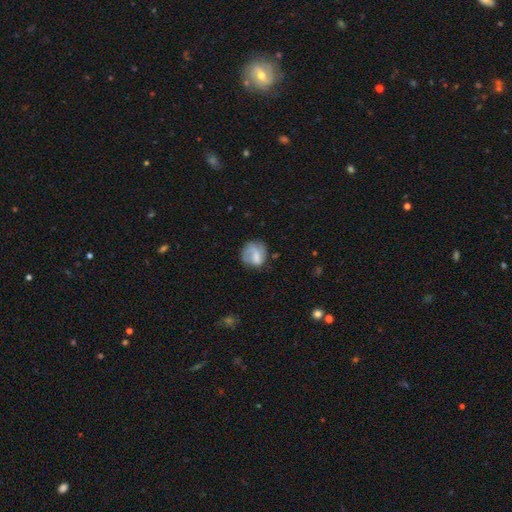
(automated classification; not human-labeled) Smooth or featured? smooth (56%)
How rounded? round (71%)
Merging? none (54%)